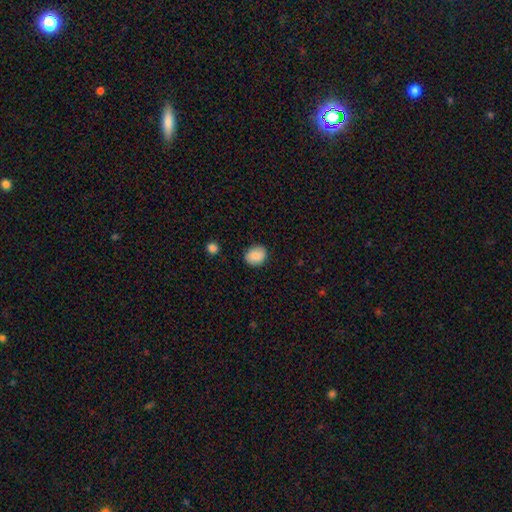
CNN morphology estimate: This appears to be a smooth galaxy with no disk features (85%) that is round (59%). Merging: none (84%).